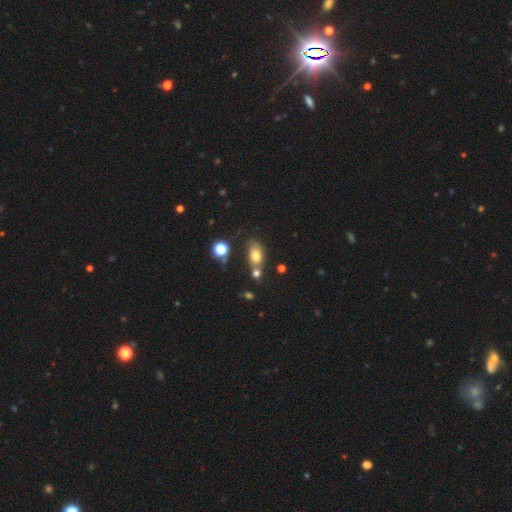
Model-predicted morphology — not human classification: A smooth galaxy with no disk features (75%) that is in between round and cigar-shaped (82%).

Vote fractions:
- Smooth or featured? smooth: 75% / featured or disk: 14% / star or artifact: 11%
- How rounded? in between: 82% / round: 15% / cigar-shaped: 3%
- Merging? none: 54% / merger: 23% / minor disturbance: 17% / major disturbance: 6%